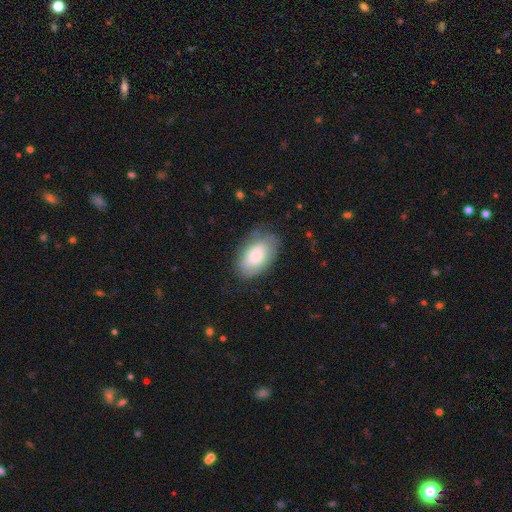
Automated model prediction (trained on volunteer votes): Smooth or featured? Predicted: smooth (p=0.77). How rounded? Predicted: in between (p=0.94). Merging? Predicted: none (p=0.71).